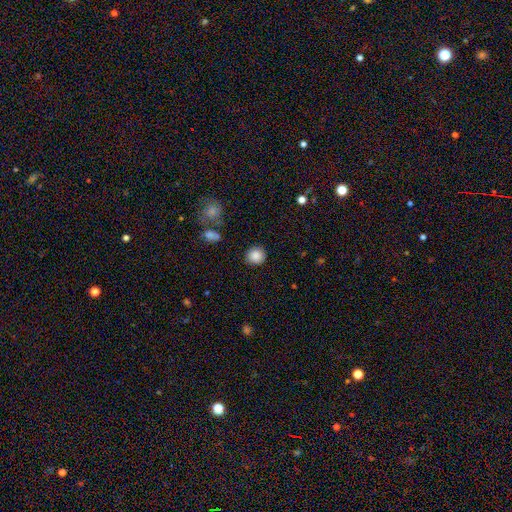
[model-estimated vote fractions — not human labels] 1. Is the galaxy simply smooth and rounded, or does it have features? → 87% smooth, 9% star or artifact, 4% featured or disk.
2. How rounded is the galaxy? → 89% round, 10% in between, 1% cigar-shaped.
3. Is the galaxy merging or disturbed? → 89% none, 7% minor disturbance, 3% major disturbance, 2% merger.